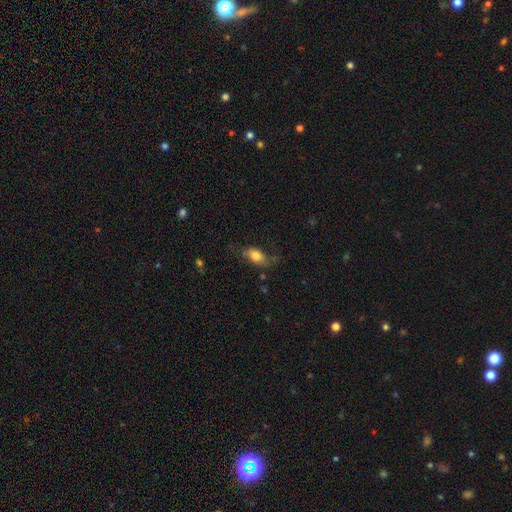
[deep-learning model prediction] Q: Smooth or featured?
A: smooth (72%); runner-up: featured or disk (20%)
Q: How rounded?
A: in between (87%); runner-up: round (8%)
Q: Merging?
A: none (58%); runner-up: minor disturbance (26%)